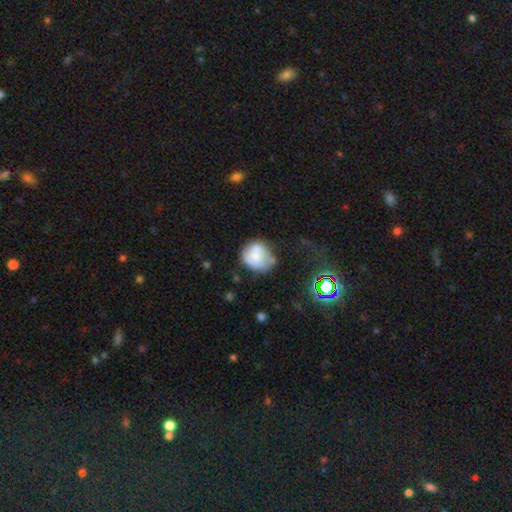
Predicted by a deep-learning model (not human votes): Morphology: type=smooth (56%); roundness=round (70%); merging=none (41%).